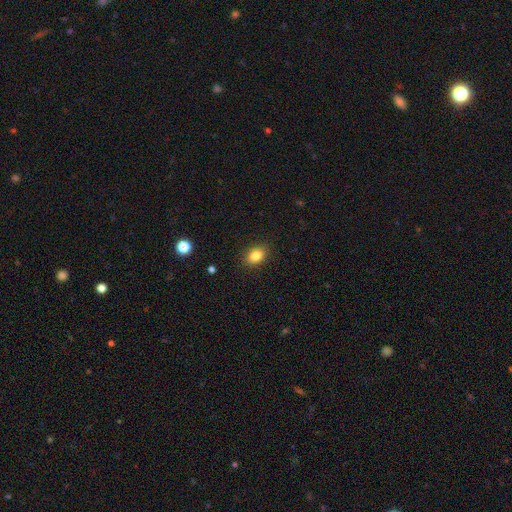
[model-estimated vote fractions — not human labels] A smooth galaxy with no disk features (84%) that is in between round and cigar-shaped (74%). Merging: none (88%).